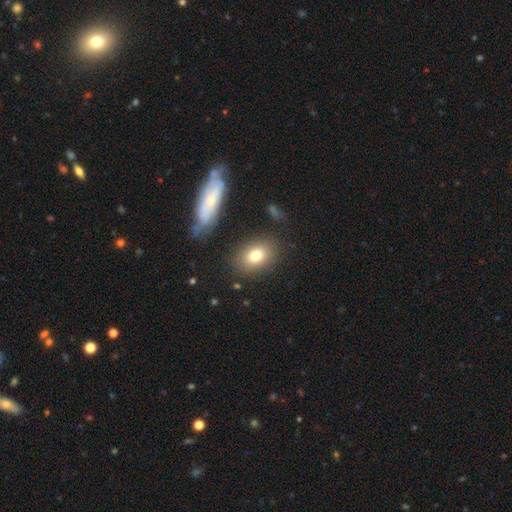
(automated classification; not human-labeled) The model was most divided on "how rounded": in between: 71%, round: 28%, cigar-shaped: 1%. More confident: merging — none (82%); smooth or featured — smooth (77%).